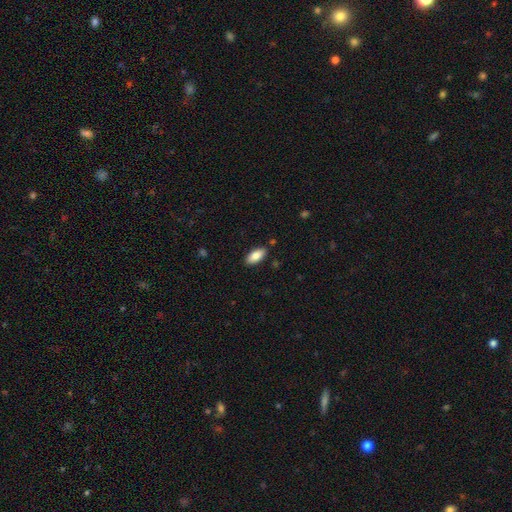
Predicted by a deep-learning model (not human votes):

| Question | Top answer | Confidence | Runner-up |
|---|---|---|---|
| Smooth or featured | smooth | 84% | featured or disk (10%) |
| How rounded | in between | 89% | cigar-shaped (9%) |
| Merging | none | 87% | minor disturbance (9%) |